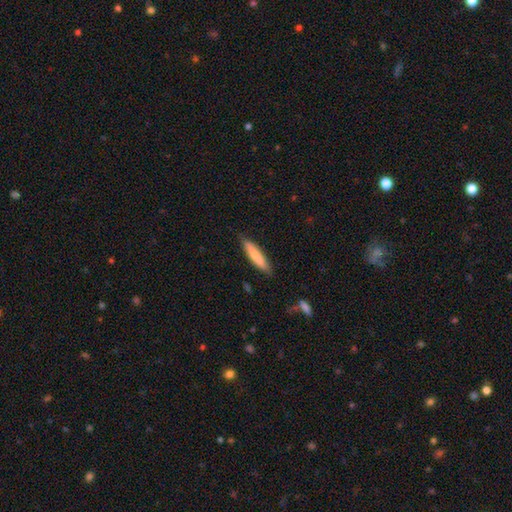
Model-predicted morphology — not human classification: Smooth or featured? Predicted: smooth (p=0.74). How rounded? Predicted: cigar-shaped (p=0.84). Merging? Predicted: none (p=0.84).